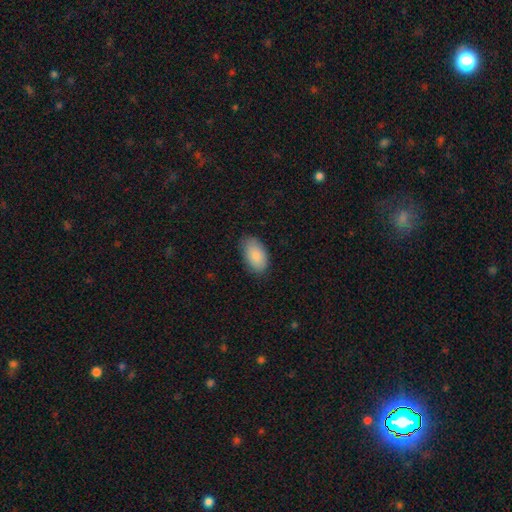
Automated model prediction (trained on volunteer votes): smooth_or_featured: smooth (p=0.88) [alt: featured or disk p=0.06]
how_rounded: in between (p=0.94) [alt: round p=0.04]
merging: none (p=0.81) [alt: minor disturbance p=0.15]